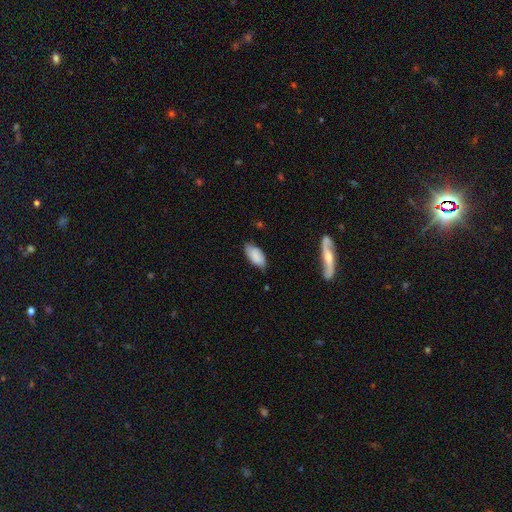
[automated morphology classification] A smooth galaxy with no disk features (83%) that is in between round and cigar-shaped (92%).

Vote fractions:
- Smooth or featured? smooth: 83% / featured or disk: 10% / star or artifact: 7%
- How rounded? in between: 92% / cigar-shaped: 6% / round: 2%
- Merging? none: 72% / minor disturbance: 22% / major disturbance: 4% / merger: 2%